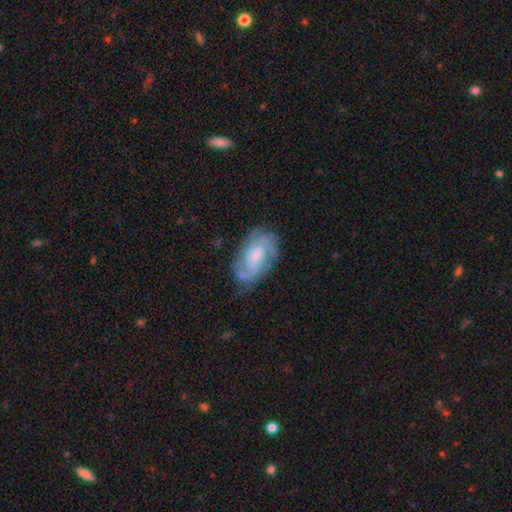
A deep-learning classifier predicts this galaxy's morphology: Smooth or featured? Predicted: featured or disk (p=0.69). Edge-on disk? Predicted: no (p=0.96). Bar? Predicted: no (p=0.64). Spiral arms? Predicted: yes (p=0.81). Spiral winding? Predicted: tight (p=0.48). Spiral arm count? Predicted: can't tell (p=0.41). Bulge size? Predicted: moderate (p=0.42). Merging? Predicted: none (p=0.63).